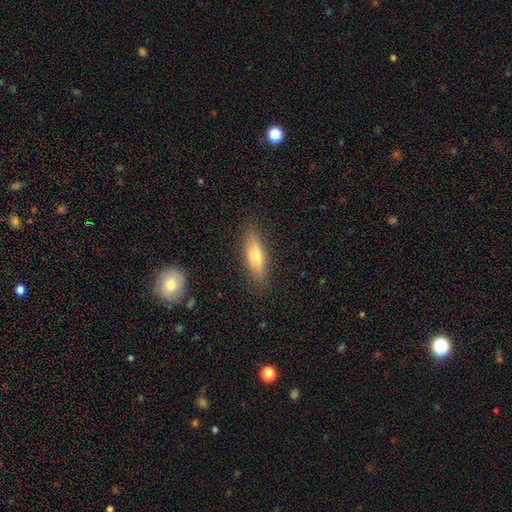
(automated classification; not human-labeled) Smooth or featured? smooth (54%)
How rounded? cigar-shaped (57%)
Merging? none (86%)